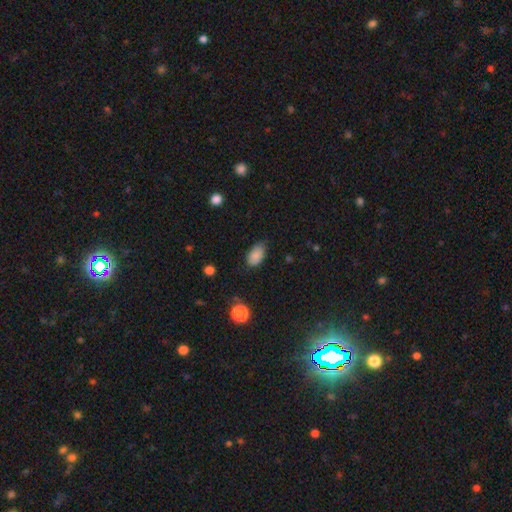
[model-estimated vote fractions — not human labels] A smooth galaxy with no disk features (85%) that is in between round and cigar-shaped (92%).

Vote fractions:
- Smooth or featured? smooth: 85% / star or artifact: 9% / featured or disk: 6%
- How rounded? in between: 92% / round: 6% / cigar-shaped: 2%
- Merging? none: 70% / minor disturbance: 24% / major disturbance: 4% / merger: 1%